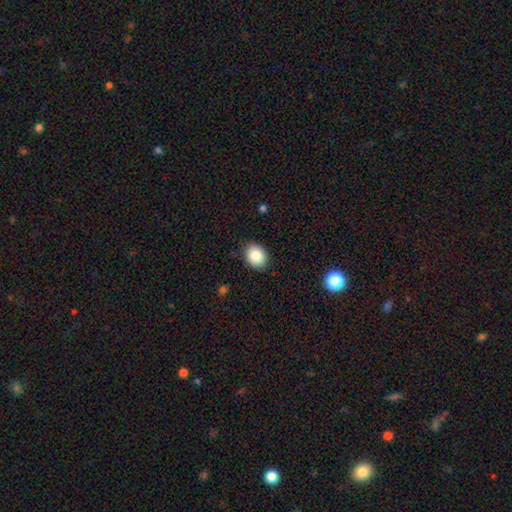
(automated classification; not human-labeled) This is clearly a smooth galaxy (87%). How rounded: possibly in between (54%). Merging: clearly none (87%).